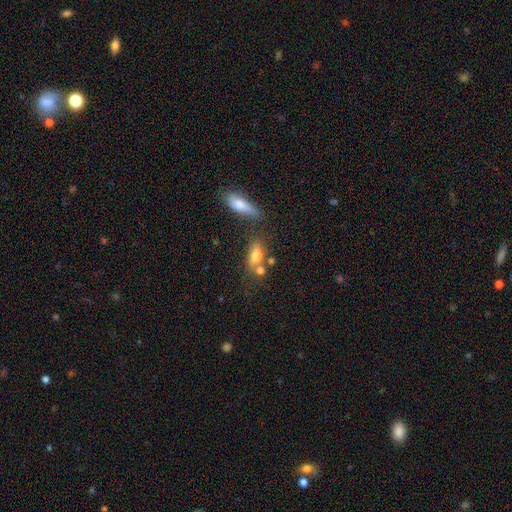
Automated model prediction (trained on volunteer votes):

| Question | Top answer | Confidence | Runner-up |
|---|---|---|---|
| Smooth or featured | smooth | 73% | featured or disk (17%) |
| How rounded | in between | 73% | cigar-shaped (19%) |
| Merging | none | 51% | merger (26%) |